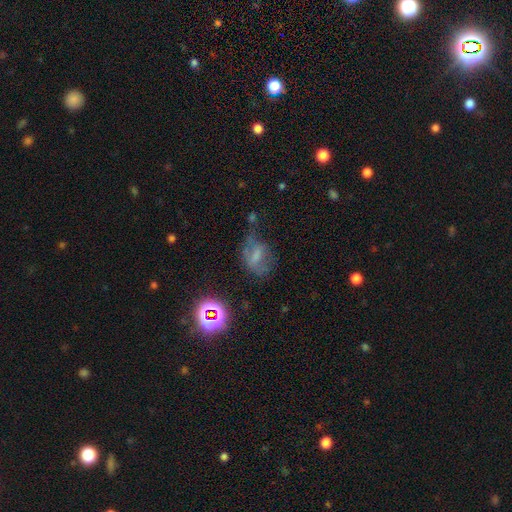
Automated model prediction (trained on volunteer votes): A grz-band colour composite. It shows a featured or disk galaxy (39%). Merging: none (40%).